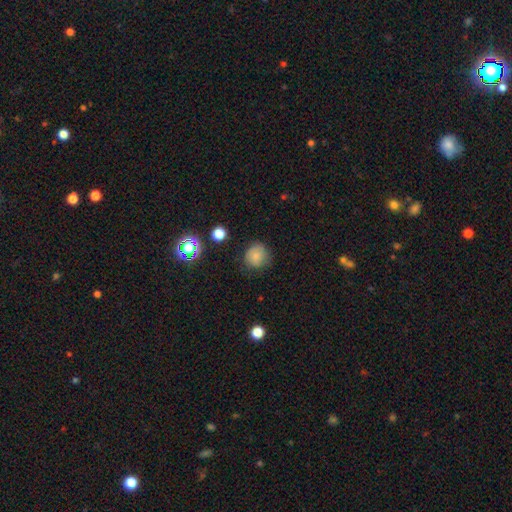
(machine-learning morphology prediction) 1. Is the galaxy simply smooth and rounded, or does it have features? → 77% smooth, 14% star or artifact, 9% featured or disk.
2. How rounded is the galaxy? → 86% round, 13% in between, 1% cigar-shaped.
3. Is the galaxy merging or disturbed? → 73% none, 20% minor disturbance, 5% major disturbance, 2% merger.